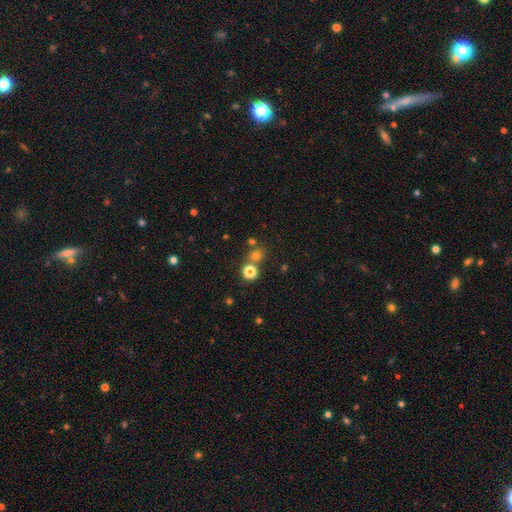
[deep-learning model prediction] This is likely a smooth galaxy (71%). How rounded: clearly round (86%). Merging: likely none (66%).